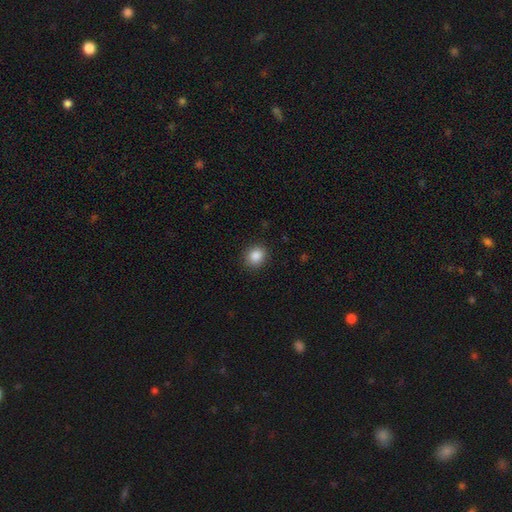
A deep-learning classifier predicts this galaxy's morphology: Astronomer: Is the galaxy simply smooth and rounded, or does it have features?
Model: smooth — 87%.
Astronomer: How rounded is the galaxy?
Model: round — 68%.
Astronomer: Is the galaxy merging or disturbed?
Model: none — 89%.